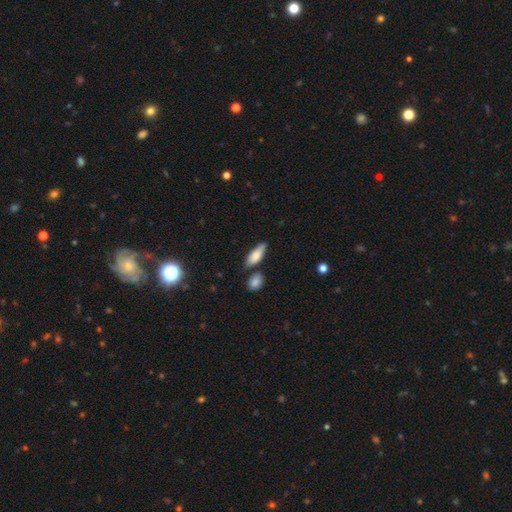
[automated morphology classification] The model was most divided on "how rounded": in between: 69%, cigar-shaped: 28%, round: 3%. More confident: smooth or featured — smooth (78%); merging — none (64%).